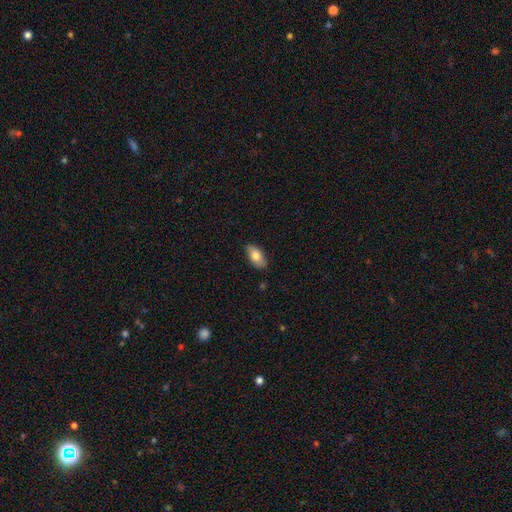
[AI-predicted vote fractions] Smooth or featured?
  - smooth: 79% *
  - featured or disk: 15%
  - star or artifact: 7%
How rounded?
  - in between: 93% *
  - cigar-shaped: 4%
  - round: 3%
Merging?
  - none: 85% *
  - minor disturbance: 12%
  - major disturbance: 2%
  - merger: 1%